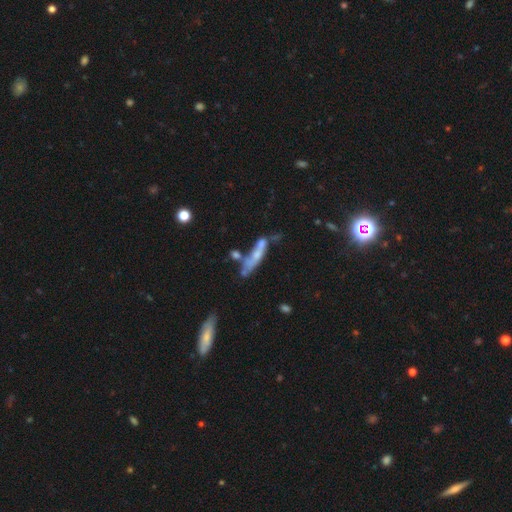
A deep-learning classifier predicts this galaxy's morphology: The model was most divided on "smooth or featured" (2-way tie): featured or disk: 45%, smooth: 45%, star or artifact: 10%. Remaining: merging — merger (33%).